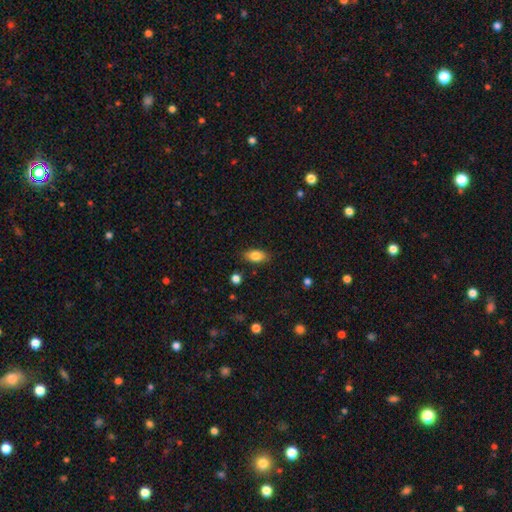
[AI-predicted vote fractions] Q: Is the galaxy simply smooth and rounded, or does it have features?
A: smooth — 82%.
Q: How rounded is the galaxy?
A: in between — 89%.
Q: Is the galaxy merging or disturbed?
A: none — 85%.